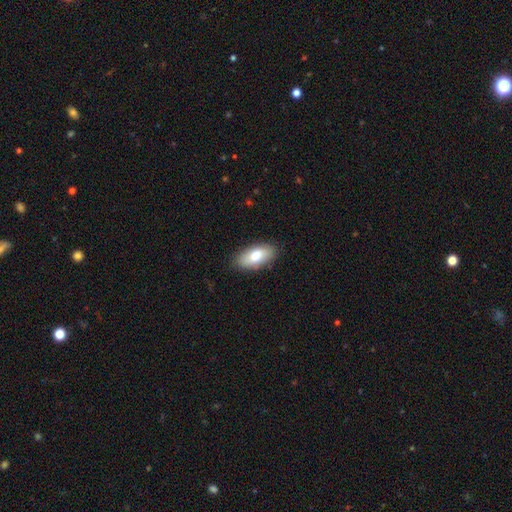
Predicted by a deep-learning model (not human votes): A smooth galaxy with no disk features (78%) that is in between round and cigar-shaped (91%). Merging: none (86%).